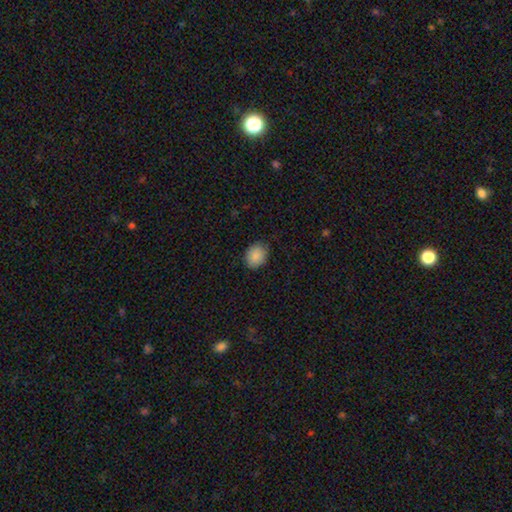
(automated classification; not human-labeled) Smooth or featured? smooth (88%)
How rounded? round (59%)
Merging? none (84%)